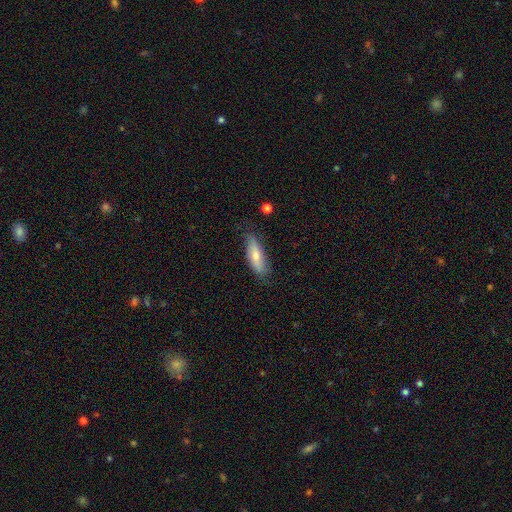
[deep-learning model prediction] smooth_or_featured: smooth (p=0.69) [alt: featured or disk p=0.25]
how_rounded: in between (p=0.56) [alt: cigar-shaped p=0.42]
merging: none (p=0.72) [alt: minor disturbance p=0.22]